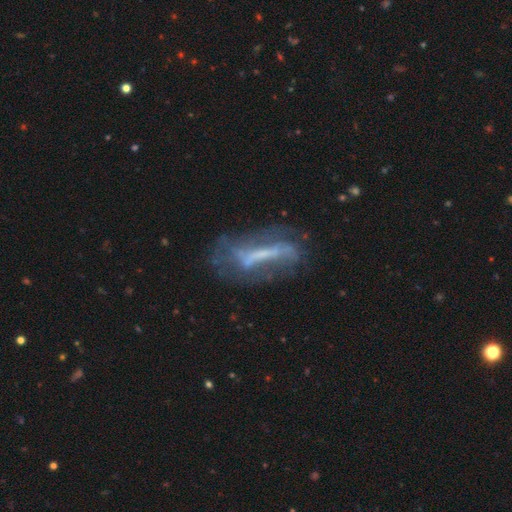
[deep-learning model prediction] A featured or disk galaxy (66%). Merging: none (56%).